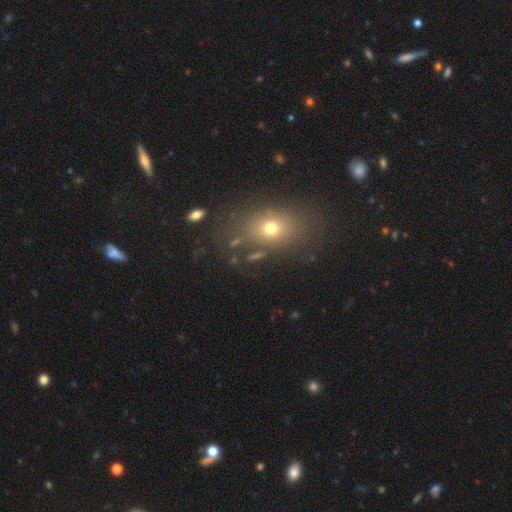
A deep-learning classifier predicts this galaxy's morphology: Smooth or featured? smooth (63%)
How rounded? in between (64%)
Merging? none (73%)